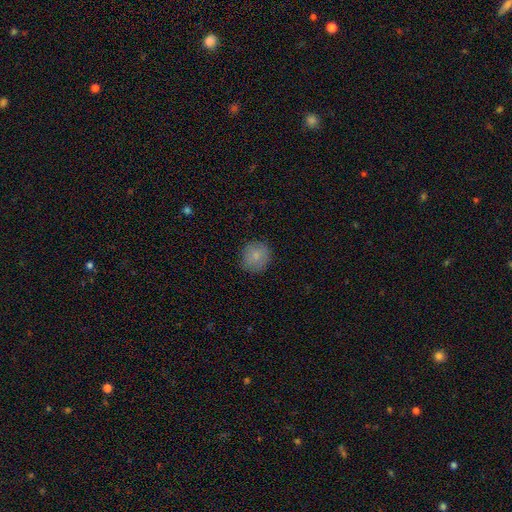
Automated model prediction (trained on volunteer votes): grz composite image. It shows a smooth galaxy with no disk features (81%) that is round (86%). Merging: none (84%).